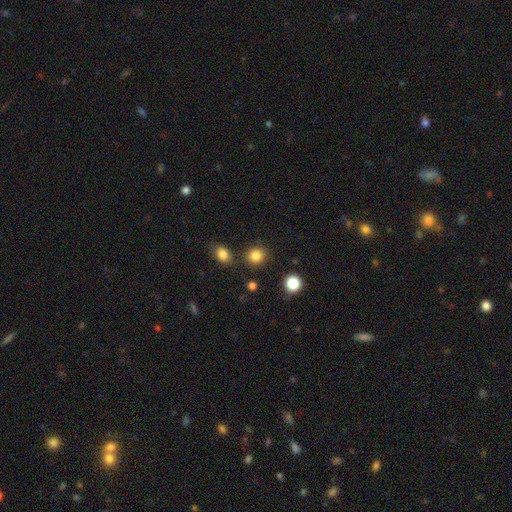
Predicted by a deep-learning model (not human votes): Overall: smooth (84%). How rounded: round (87%). Merging: none (84%).